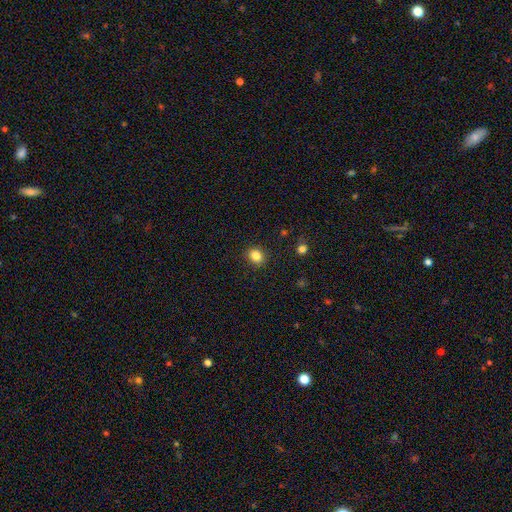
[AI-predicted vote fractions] This is clearly a smooth galaxy (84%). How rounded: likely round (67%). Merging: clearly none (88%).